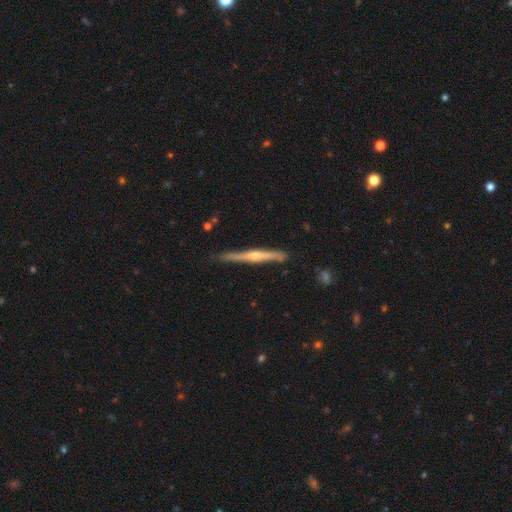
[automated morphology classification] Smooth or featured? Predicted: featured or disk (p=0.72). Edge-on disk? Predicted: yes (p=0.98). Edge-on bulge? Predicted: rounded (p=0.80). Merging? Predicted: none (p=0.83).